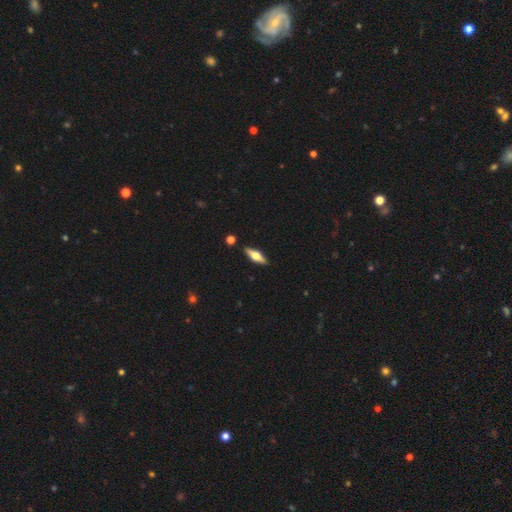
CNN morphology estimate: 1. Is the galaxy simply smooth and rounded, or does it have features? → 54% featured or disk, 40% smooth, 6% star or artifact.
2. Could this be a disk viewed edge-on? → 93% yes, 7% no.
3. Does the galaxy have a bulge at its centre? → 93% rounded, 5% boxy, 2% none.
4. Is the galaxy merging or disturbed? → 89% none, 8% minor disturbance, 2% merger, 2% major disturbance.